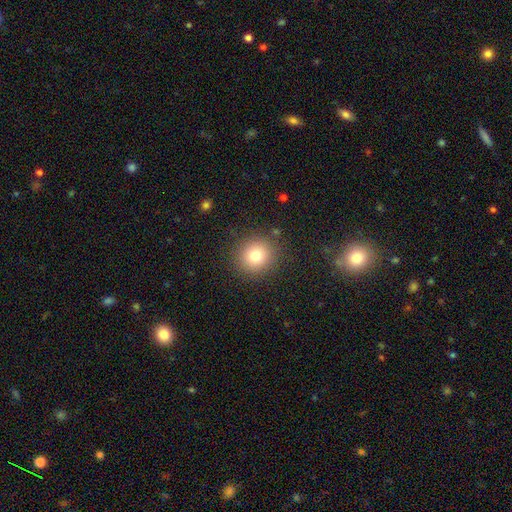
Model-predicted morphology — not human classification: A smooth galaxy with no disk features (78%) that is round (88%).

Vote fractions:
- Smooth or featured? smooth: 78% / star or artifact: 13% / featured or disk: 9%
- How rounded? round: 88% / in between: 11% / cigar-shaped: 1%
- Merging? none: 88% / minor disturbance: 7% / major disturbance: 3% / merger: 1%